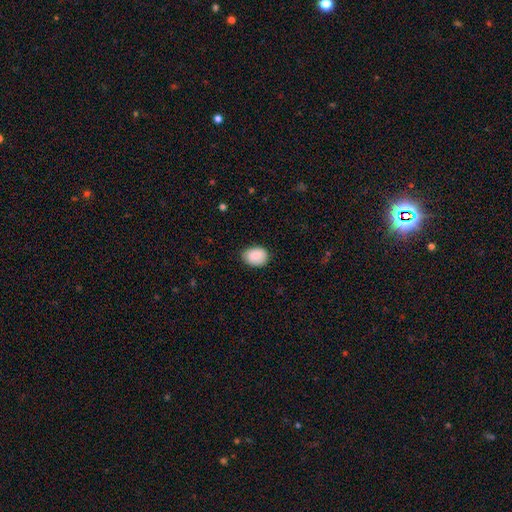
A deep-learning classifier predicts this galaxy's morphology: Smooth or featured? smooth (89%)
How rounded? in between (65%)
Merging? none (78%)